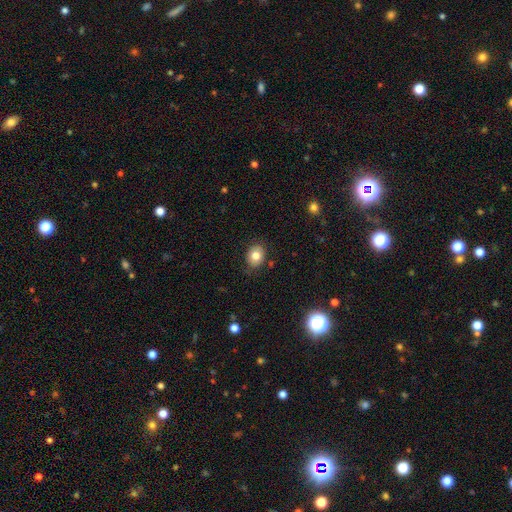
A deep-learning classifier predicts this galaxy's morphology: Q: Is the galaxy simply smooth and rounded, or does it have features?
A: smooth — 80%.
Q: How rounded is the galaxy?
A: in between — 54%.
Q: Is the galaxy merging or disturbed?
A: none — 83%.